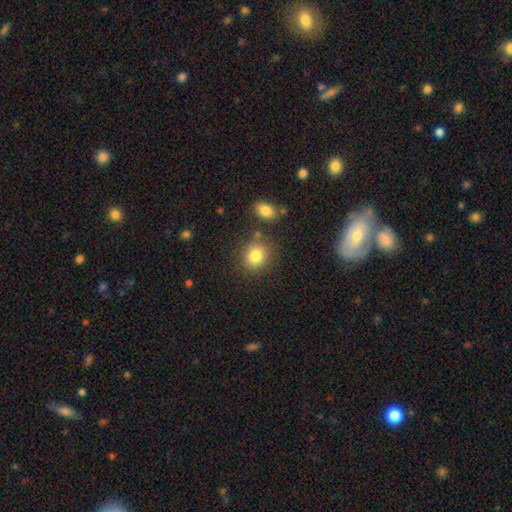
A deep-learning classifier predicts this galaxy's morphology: Smooth or featured?
  - smooth: 82% *
  - star or artifact: 10%
  - featured or disk: 7%
How rounded?
  - round: 74% *
  - in between: 25%
  - cigar-shaped: 1%
Merging?
  - none: 78% *
  - minor disturbance: 11%
  - merger: 8%
  - major disturbance: 4%